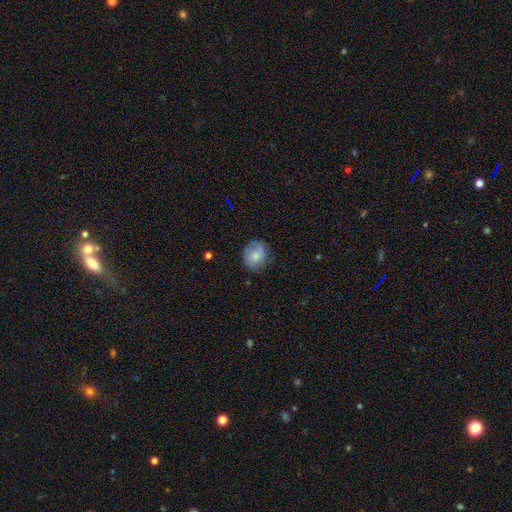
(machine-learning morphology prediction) smooth_or_featured: smooth (p=0.60) [alt: featured or disk p=0.32]
how_rounded: round (p=0.71) [alt: in between p=0.28]
merging: none (p=0.64) [alt: minor disturbance p=0.25]